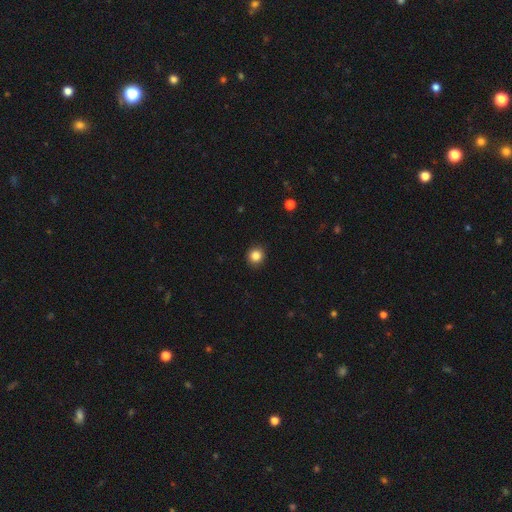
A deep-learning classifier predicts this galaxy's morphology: The model was most divided on "smooth or featured": smooth: 85%, star or artifact: 11%, featured or disk: 4%. More confident: merging — none (91%); how rounded — round (90%).